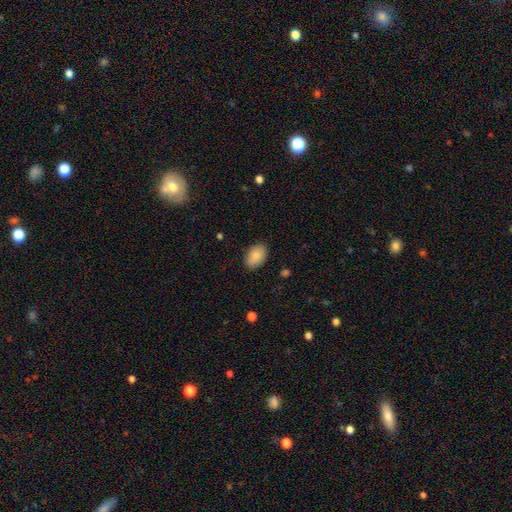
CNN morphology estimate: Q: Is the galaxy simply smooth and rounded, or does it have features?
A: smooth — 87%.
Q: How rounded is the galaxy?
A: in between — 90%.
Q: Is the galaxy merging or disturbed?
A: none — 85%.